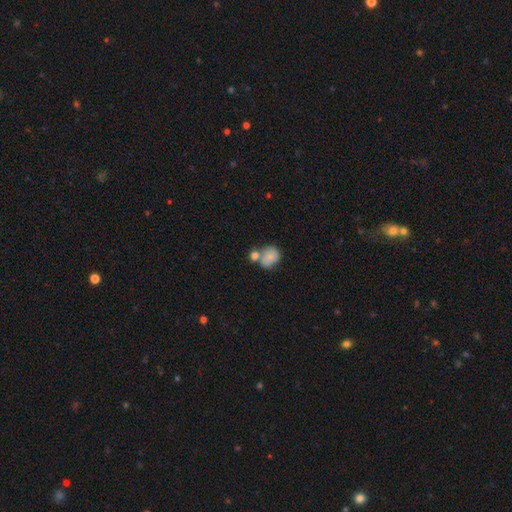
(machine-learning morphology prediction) smooth 50%, star or artifact 30%, featured or disk 20%. Down the decision tree: how rounded — round (53%); merging — none (51%).